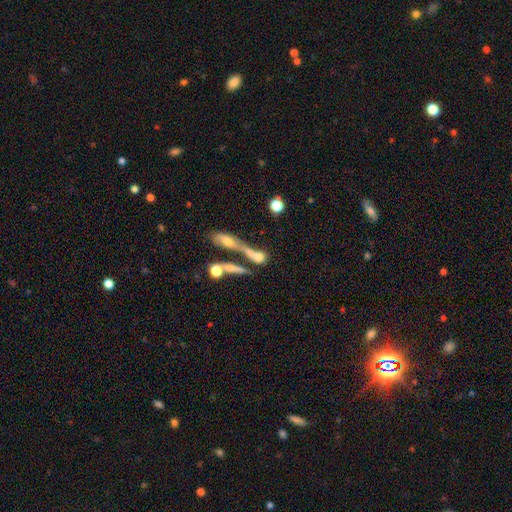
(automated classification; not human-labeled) Morphology: type=smooth (61%); roundness=cigar-shaped (40%); merging=merger (52%).